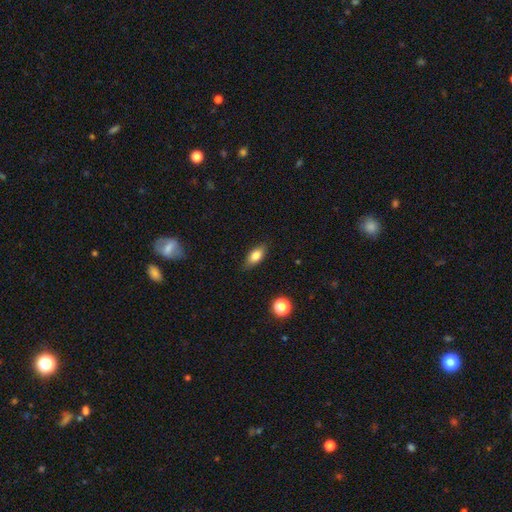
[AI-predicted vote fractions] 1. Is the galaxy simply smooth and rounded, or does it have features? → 78% smooth, 14% featured or disk, 8% star or artifact.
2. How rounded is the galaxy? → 82% in between, 12% cigar-shaped, 5% round.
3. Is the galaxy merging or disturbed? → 83% none, 13% minor disturbance, 3% major disturbance, 1% merger.